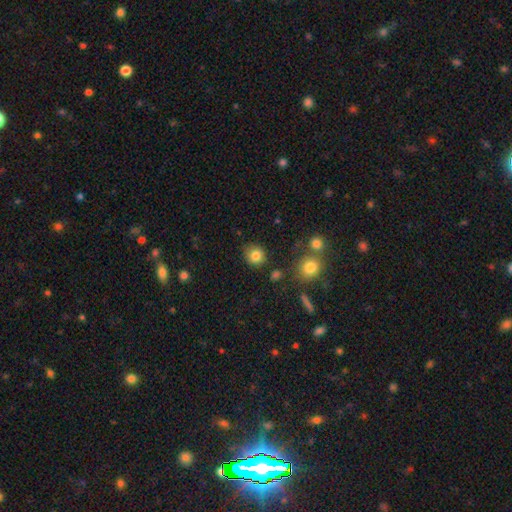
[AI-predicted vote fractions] smooth_or_featured: smooth (p=0.83) [alt: star or artifact p=0.11]
how_rounded: round (p=0.85) [alt: in between p=0.14]
merging: none (p=0.83) [alt: minor disturbance p=0.10]